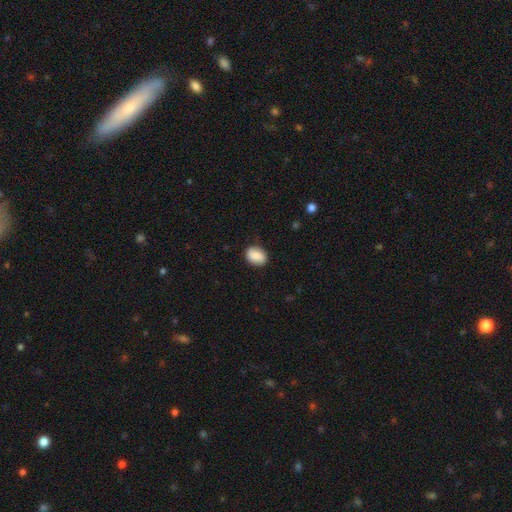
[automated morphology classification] Overall: smooth (80%). How rounded: in between (65%; round 33%). Merging: none (82%).